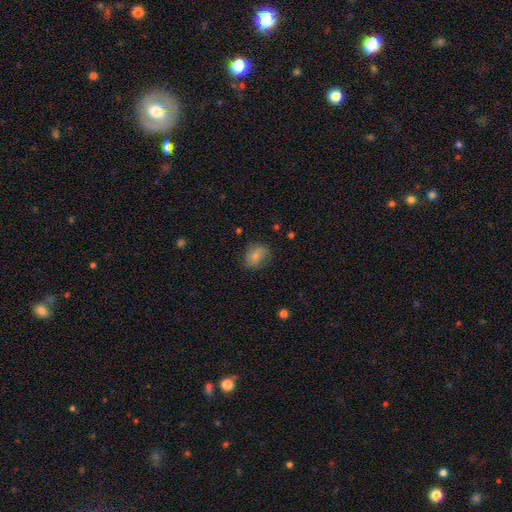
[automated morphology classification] This appears to be a smooth galaxy with no disk features (76%) that is in between round and cigar-shaped (65%). Merging: none (70%).